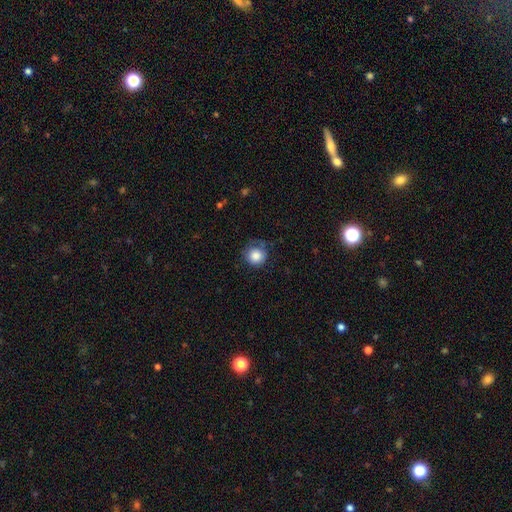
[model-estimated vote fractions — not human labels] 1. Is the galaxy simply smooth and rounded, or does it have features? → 85% smooth, 9% star or artifact, 7% featured or disk.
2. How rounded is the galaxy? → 92% round, 7% in between, 1% cigar-shaped.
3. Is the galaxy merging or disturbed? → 64% none, 25% minor disturbance, 9% major disturbance, 2% merger.